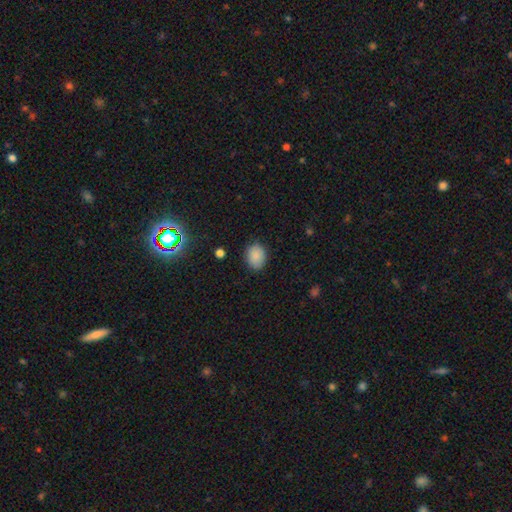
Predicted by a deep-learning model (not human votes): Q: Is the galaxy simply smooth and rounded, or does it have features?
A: smooth — 88%.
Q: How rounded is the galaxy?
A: in between — 54%.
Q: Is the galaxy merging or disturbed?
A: none — 86%.